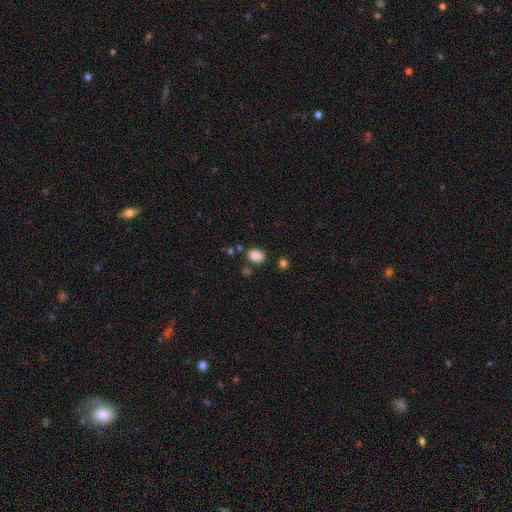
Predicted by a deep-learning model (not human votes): smooth-or-featured: smooth: 86% | star or artifact: 11% | featured or disk: 3%
  how-rounded: in between: 74% | round: 25% | cigar-shaped: 1%
  merging: none: 78% | minor disturbance: 13% | merger: 6% | major disturbance: 4%